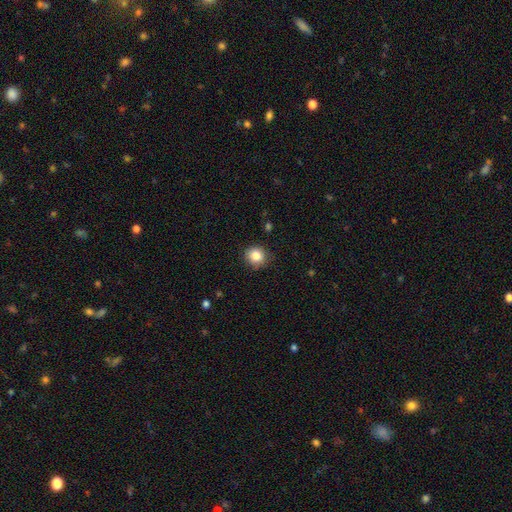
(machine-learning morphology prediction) This appears to be a smooth galaxy with no disk features (84%) that is round (87%). Merging: none (86%).